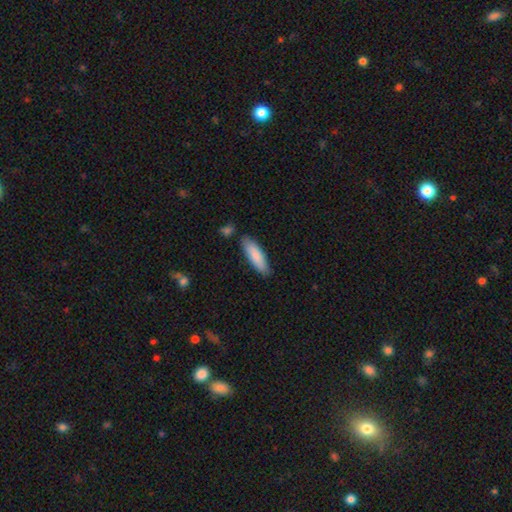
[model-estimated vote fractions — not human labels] A smooth galaxy with no disk features (85%) that is cigar-shaped (55%). Merging: none (82%).